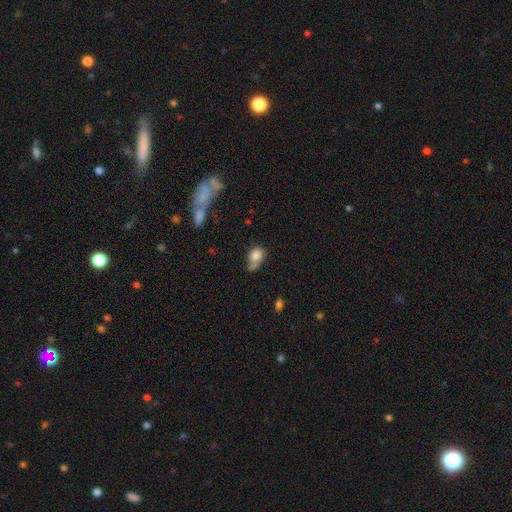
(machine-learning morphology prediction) A smooth galaxy with no disk features (80%) that is in between round and cigar-shaped (65%). Merging: none (35%).